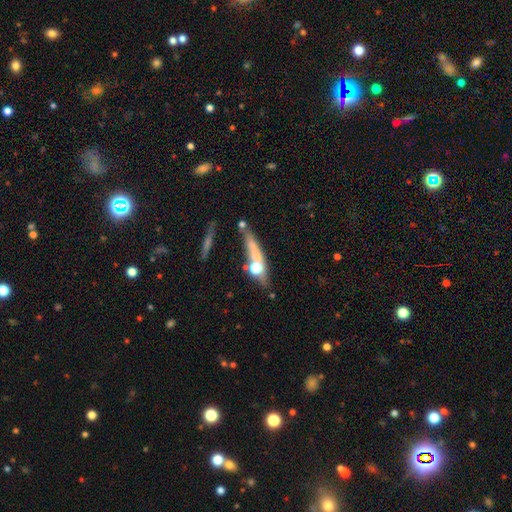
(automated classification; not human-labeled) smooth-or-featured: smooth: 44% | featured or disk: 41% | star or artifact: 15%
  merging: none: 56% | merger: 19% | minor disturbance: 15% | major disturbance: 10%